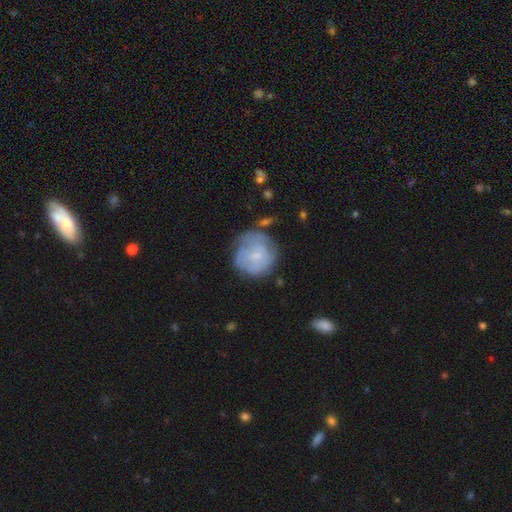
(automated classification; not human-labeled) smooth 52%, featured or disk 41%, star or artifact 8%. Down the decision tree: how rounded — round (89%); merging — none (56%).